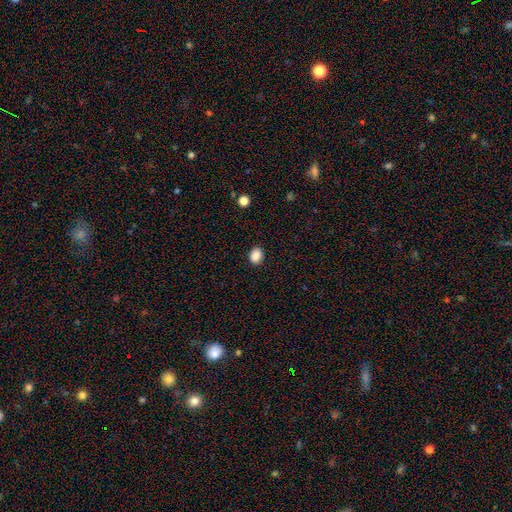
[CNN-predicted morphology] A smooth galaxy with no disk features (88%) that is in between round and cigar-shaped (53%). Merging: none (90%).